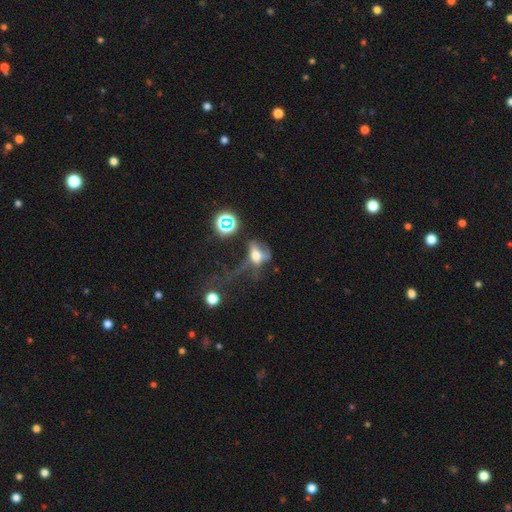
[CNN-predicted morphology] Smooth or featured?
  - smooth: 40% * (tied)
  - featured or disk: 40% * (tied)
  - star or artifact: 21%
Merging?
  - major disturbance: 56% *
  - none: 19%
  - minor disturbance: 15%
  - merger: 10%